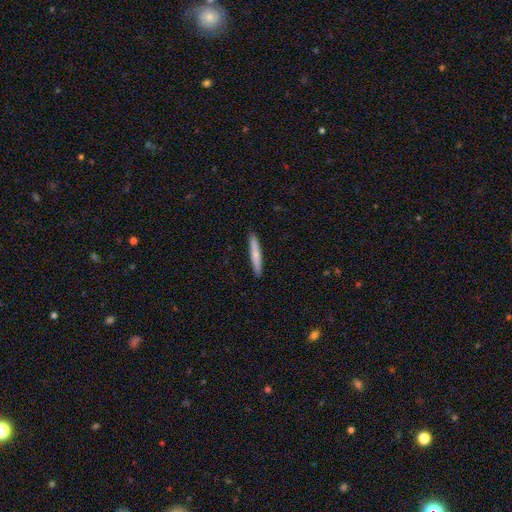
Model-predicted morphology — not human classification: Smooth or featured? smooth (71%)
How rounded? cigar-shaped (95%)
Merging? none (91%)